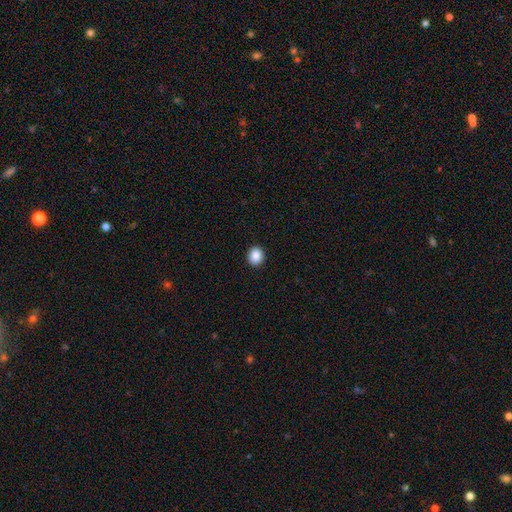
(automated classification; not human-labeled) A smooth galaxy with no disk features (88%) that is round (75%). Merging: none (92%).